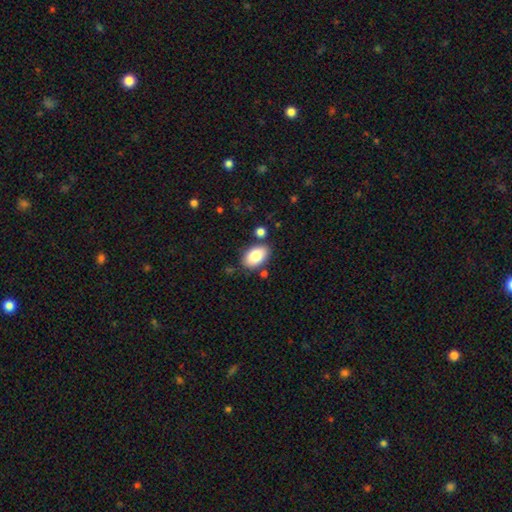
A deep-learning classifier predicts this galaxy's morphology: The model was most divided on "merging": none: 78%, minor disturbance: 12%, merger: 7%, major disturbance: 3%. More confident: how rounded — in between (91%); smooth or featured — smooth (83%).